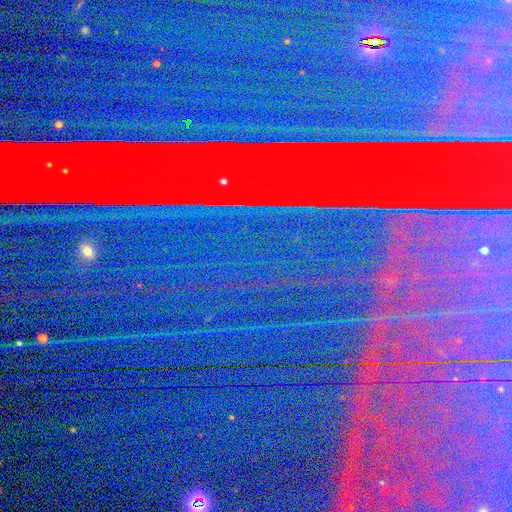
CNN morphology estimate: Smooth or featured: star or artifact — 87% (featured or disk — 7%)